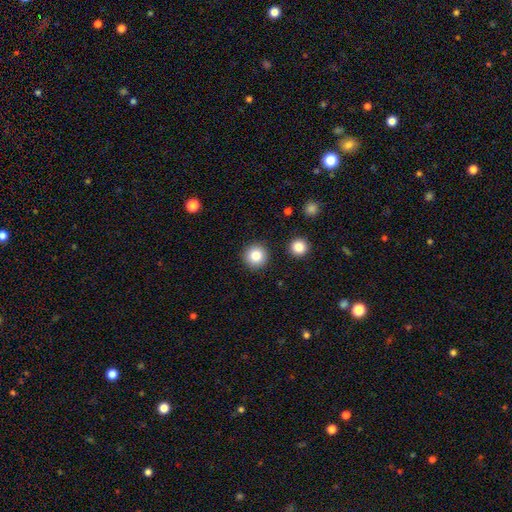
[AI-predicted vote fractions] The model was most divided on "smooth or featured": smooth: 84%, star or artifact: 10%, featured or disk: 6%. More confident: how rounded — round (95%); merging — none (90%).